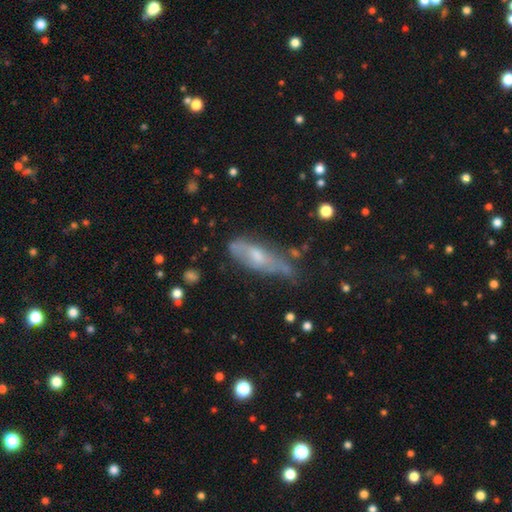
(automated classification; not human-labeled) Morphology: type=smooth (49%); merging=none (40%).